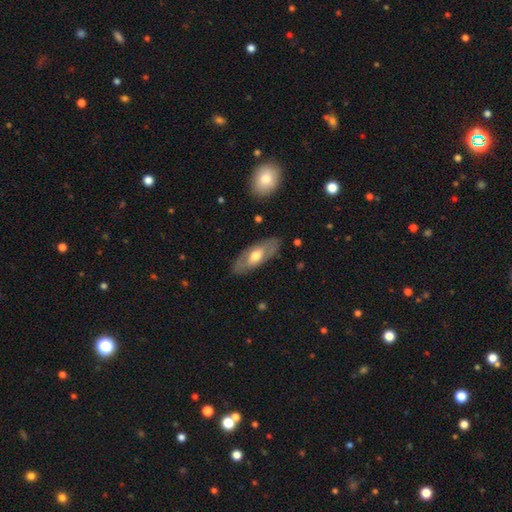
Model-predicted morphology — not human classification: featured or disk 49%, smooth 46%, star or artifact 5%. Down the decision tree: merging — none (84%).